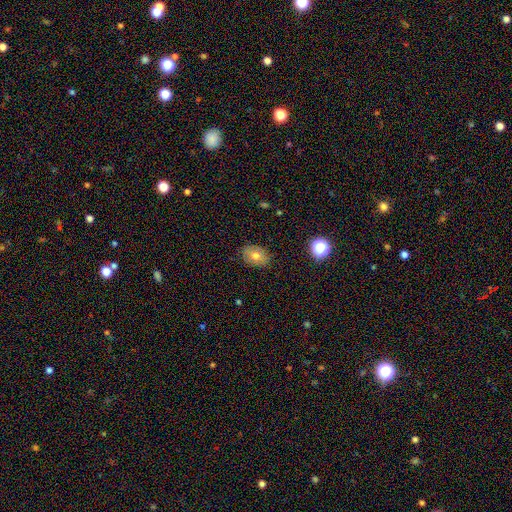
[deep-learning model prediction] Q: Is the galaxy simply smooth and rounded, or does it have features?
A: smooth — 68%.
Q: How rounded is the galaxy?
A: in between — 74%.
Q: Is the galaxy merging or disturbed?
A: none — 83%.